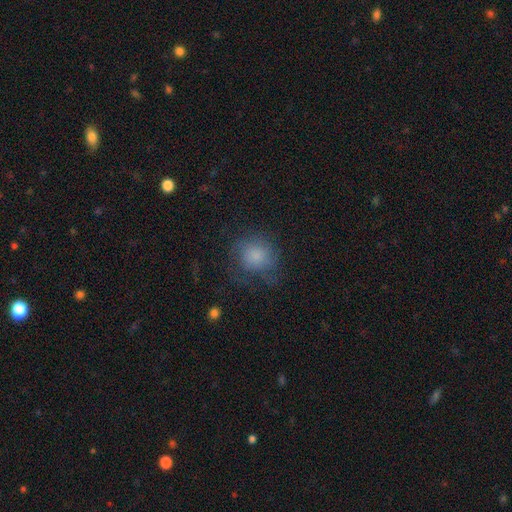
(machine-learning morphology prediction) type=smooth (70%); roundness=round (83%); merging=none (54%).